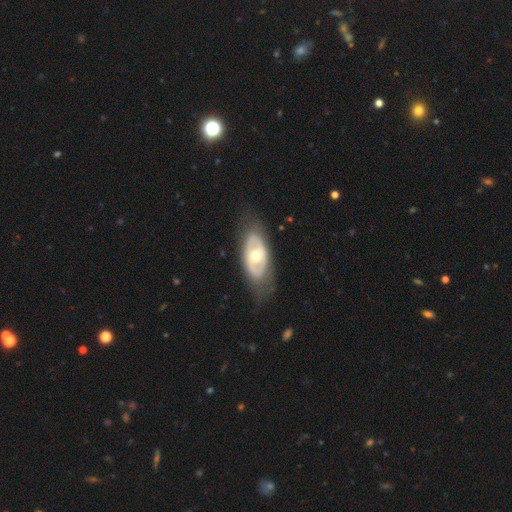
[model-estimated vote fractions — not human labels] featured or disk 62%, smooth 33%, star or artifact 5%. Down the decision tree: edge-on disk — no (88%); bar — no (76%); spiral arms — no (78%); bulge size — moderate (68%); merging — none (74%).